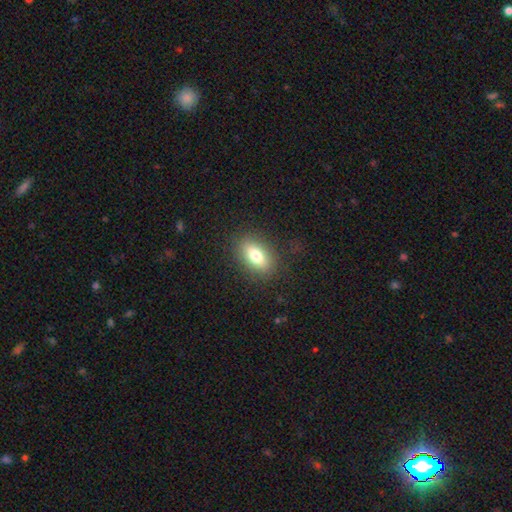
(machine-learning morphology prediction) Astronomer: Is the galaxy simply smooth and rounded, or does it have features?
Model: smooth — 75%.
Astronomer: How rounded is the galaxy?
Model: in between — 82%.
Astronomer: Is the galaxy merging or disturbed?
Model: none — 85%.